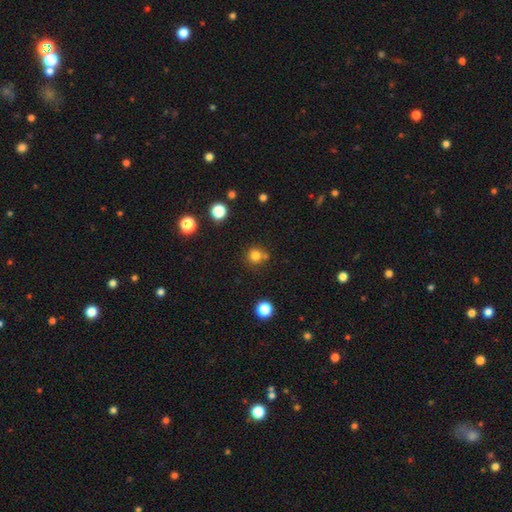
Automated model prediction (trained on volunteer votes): smooth 78%, star or artifact 15%, featured or disk 7%. Down the decision tree: how rounded — round (92%); merging — none (69%).